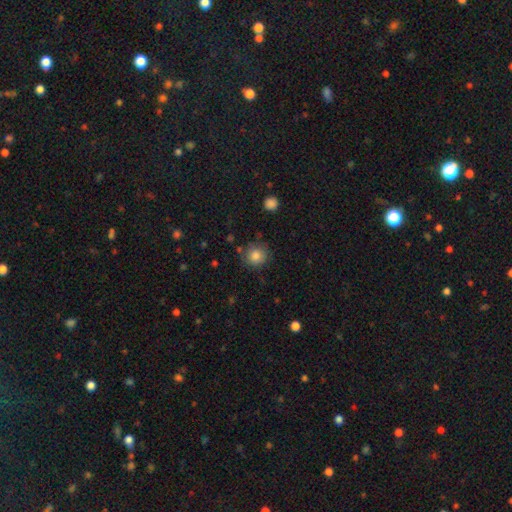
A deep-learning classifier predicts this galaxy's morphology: Smooth or featured?
  - smooth: 84% *
  - star or artifact: 10%
  - featured or disk: 6%
How rounded?
  - round: 91% *
  - in between: 8%
  - cigar-shaped: 1%
Merging?
  - none: 82% *
  - minor disturbance: 11%
  - major disturbance: 4%
  - merger: 3%